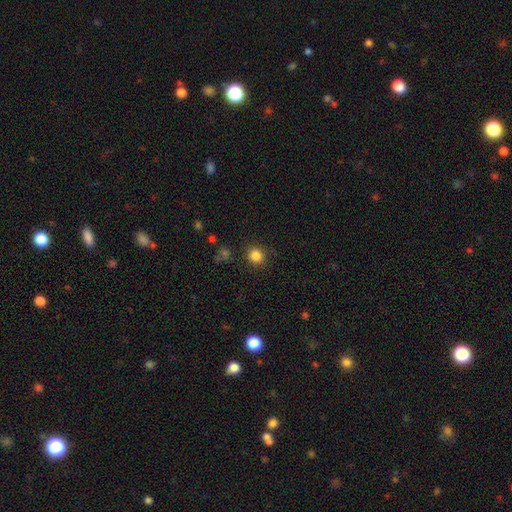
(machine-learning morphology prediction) type=smooth (84%); roundness=round (87%); merging=none (87%).